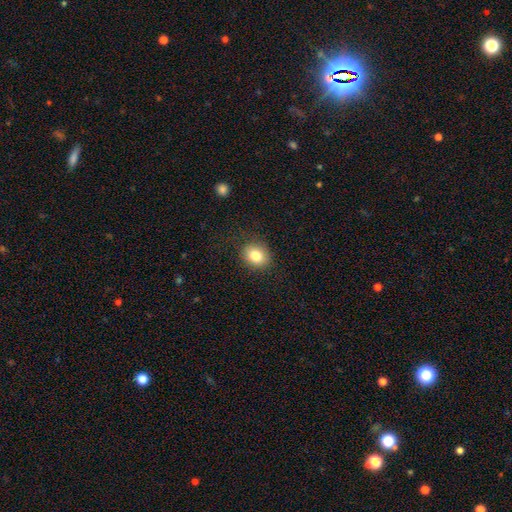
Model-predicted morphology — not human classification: Q: Smooth or featured?
A: smooth (81%); runner-up: star or artifact (10%)
Q: How rounded?
A: round (64%); runner-up: in between (35%)
Q: Merging?
A: none (85%); runner-up: minor disturbance (11%)